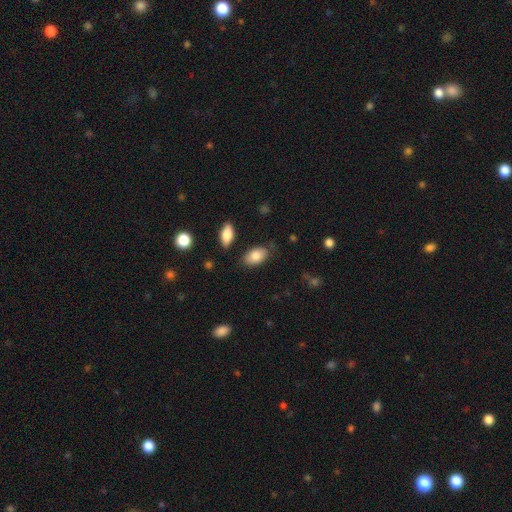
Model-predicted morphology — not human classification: This appears to be a smooth galaxy with no disk features (85%) that is in between round and cigar-shaped (93%). Merging: none (77%).